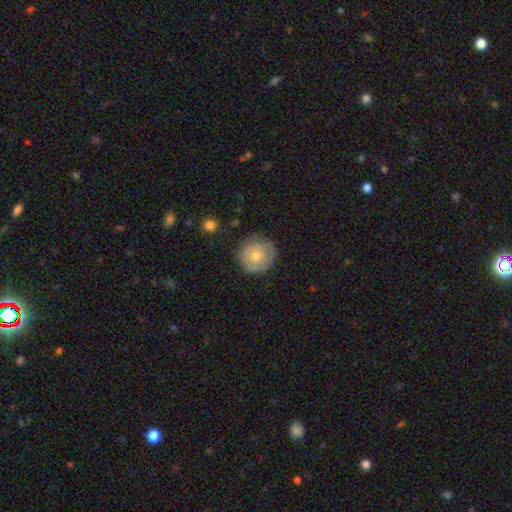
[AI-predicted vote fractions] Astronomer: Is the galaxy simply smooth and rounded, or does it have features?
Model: smooth — 63%.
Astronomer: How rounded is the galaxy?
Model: round — 94%.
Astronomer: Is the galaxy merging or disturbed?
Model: none — 78%.